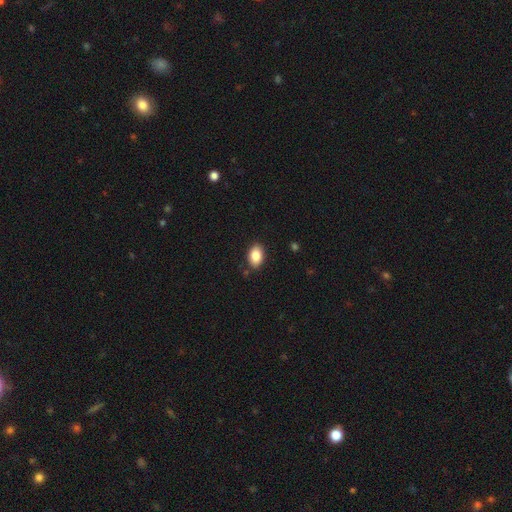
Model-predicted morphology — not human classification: Smooth or featured: smooth — 86% (star or artifact — 7%)
How rounded: in between — 88% (round — 10%)
Merging: none — 87% (minor disturbance — 9%)